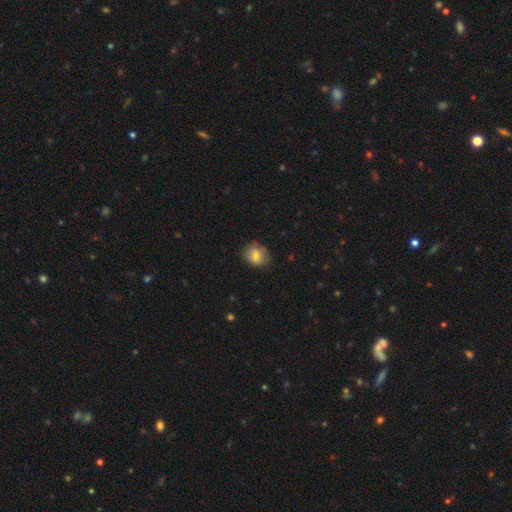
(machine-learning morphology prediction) Overall: smooth (75%). How rounded: round (53%; in between 47%). Merging: none (74%).